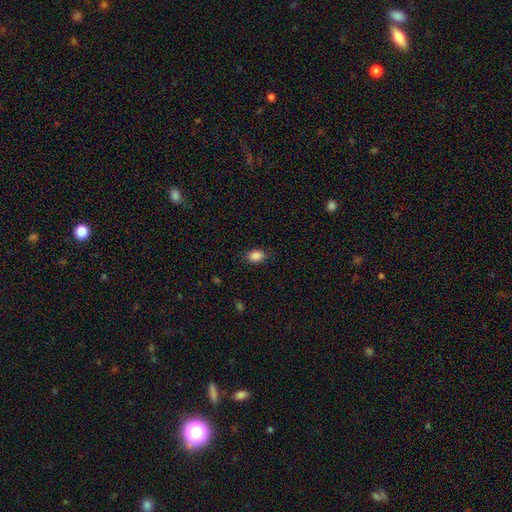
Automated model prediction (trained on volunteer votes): Overall: smooth (88%). How rounded: in between (83%). Merging: none (84%).